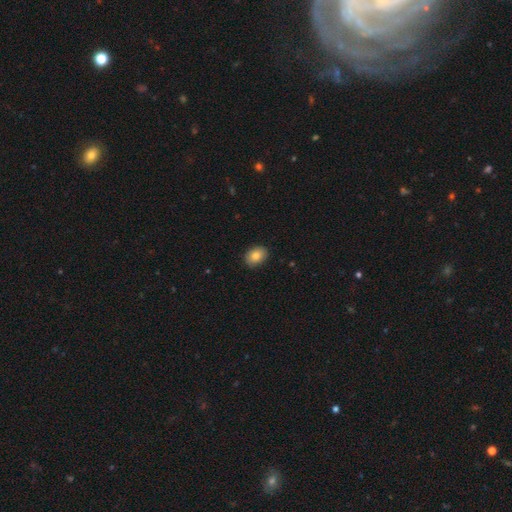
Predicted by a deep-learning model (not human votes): A smooth galaxy with no disk features (84%) that is in between round and cigar-shaped (73%). Merging: none (89%).